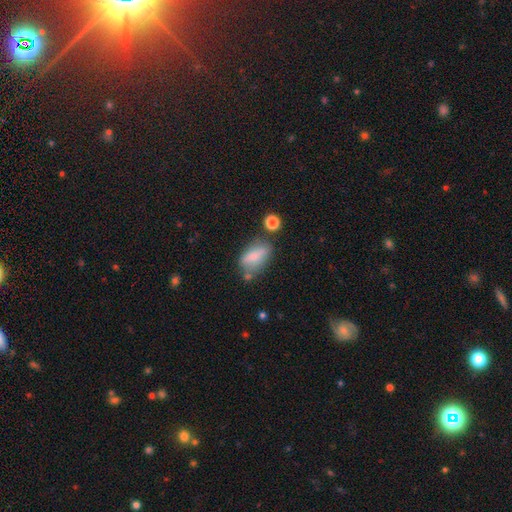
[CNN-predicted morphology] Smooth or featured? smooth (71%)
How rounded? in between (79%)
Merging? none (56%)